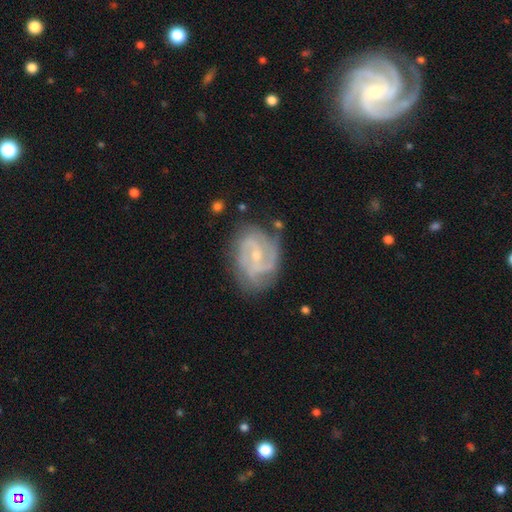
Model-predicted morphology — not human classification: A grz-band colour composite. It shows a featured or disk galaxy (86%) with a weak bar (49%), 2 (53%) tight (45%) spiral arms (96%) and a small central bulge (67%). Merging: none (70%).